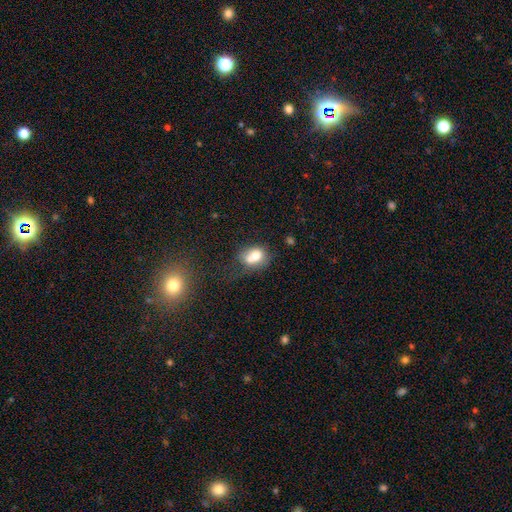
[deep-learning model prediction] Smooth or featured? smooth (69%)
How rounded? in between (56%)
Merging? merger (46%)